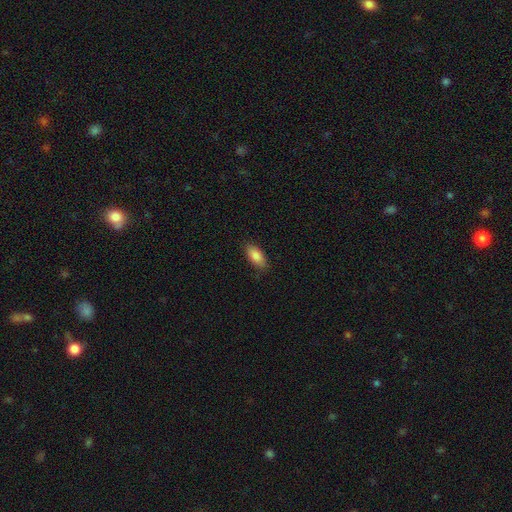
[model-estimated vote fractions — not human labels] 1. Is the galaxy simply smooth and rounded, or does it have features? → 86% smooth, 7% featured or disk, 7% star or artifact.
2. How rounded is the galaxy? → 87% in between, 11% cigar-shaped, 2% round.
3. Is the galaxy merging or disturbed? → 85% none, 12% minor disturbance, 2% major disturbance, 1% merger.